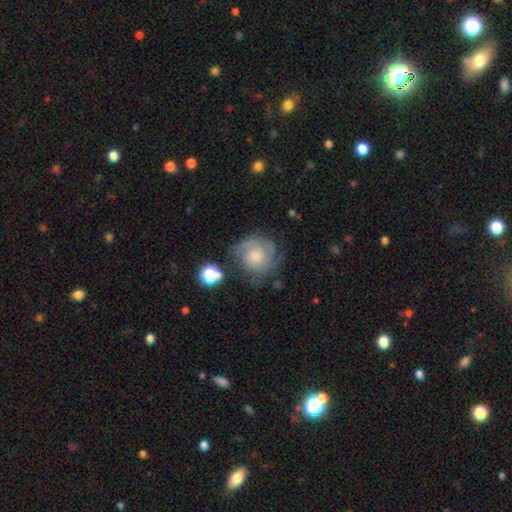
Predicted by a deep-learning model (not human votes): Smooth or featured: featured or disk — 73% (smooth — 19%)
Edge-on disk: no — 98% (yes — 2%)
Bar: no — 75% (weak — 22%)
Spiral arms: yes — 93% (no — 7%)
Spiral winding: tight — 56% (medium — 34%)
Spiral arm count: can't tell — 30% (2 — 27%)
Bulge size: small — 43% (moderate — 37%)
Merging: none — 65% (minor disturbance — 20%)